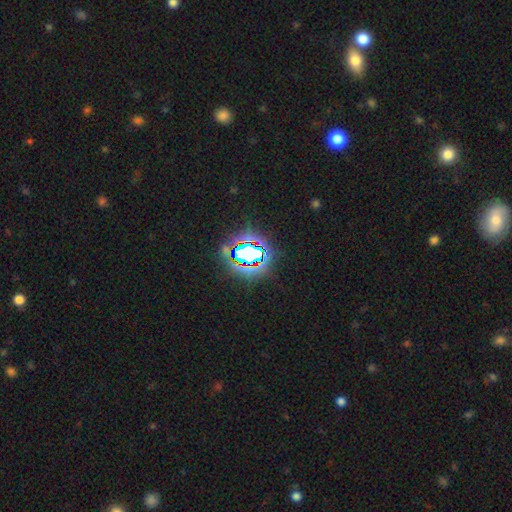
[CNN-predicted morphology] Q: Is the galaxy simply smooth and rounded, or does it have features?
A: star or artifact — 67%.